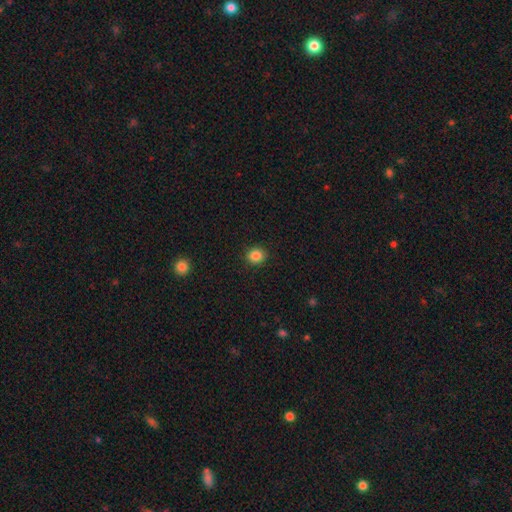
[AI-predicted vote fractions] Smooth or featured?
  - smooth: 86% *
  - star or artifact: 10%
  - featured or disk: 4%
How rounded?
  - round: 79% *
  - in between: 20%
  - cigar-shaped: 1%
Merging?
  - none: 91% *
  - minor disturbance: 6%
  - major disturbance: 2%
  - merger: 1%